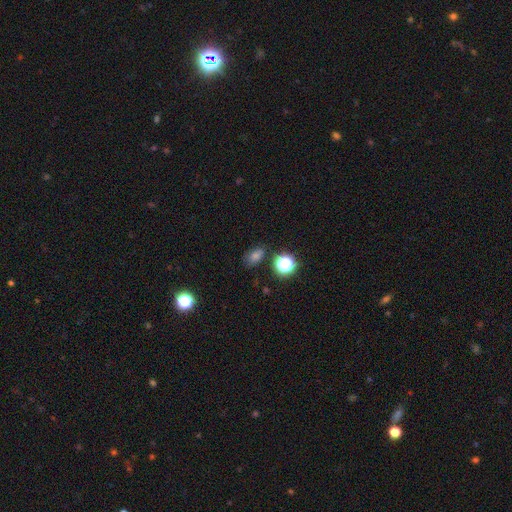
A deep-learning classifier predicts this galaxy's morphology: smooth-or-featured: smooth: 54% | star or artifact: 35% | featured or disk: 11%
  how-rounded: in between: 64% | round: 34% | cigar-shaped: 2%
  merging: none: 79% | minor disturbance: 12% | merger: 5% | major disturbance: 4%